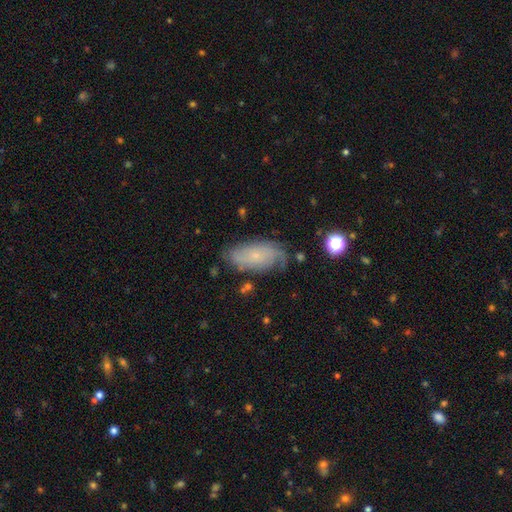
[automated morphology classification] smooth_or_featured: featured or disk (p=0.57) [alt: smooth p=0.35]
disk_edge_on: no (p=0.91) [alt: yes p=0.09]
bar: no (p=0.79) [alt: weak p=0.18]
has_spiral_arms: yes (p=0.85) [alt: no p=0.15]
bulge_size: small (p=0.80) [alt: moderate p=0.12]
merging: none (p=0.66) [alt: minor disturbance p=0.23]